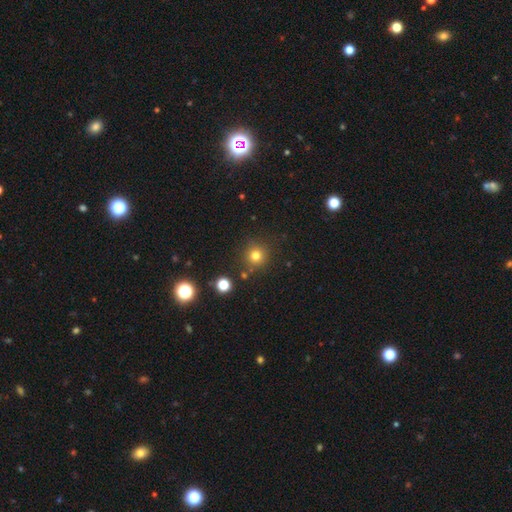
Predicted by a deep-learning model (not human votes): Smooth or featured? smooth (77%)
How rounded? round (94%)
Merging? none (84%)